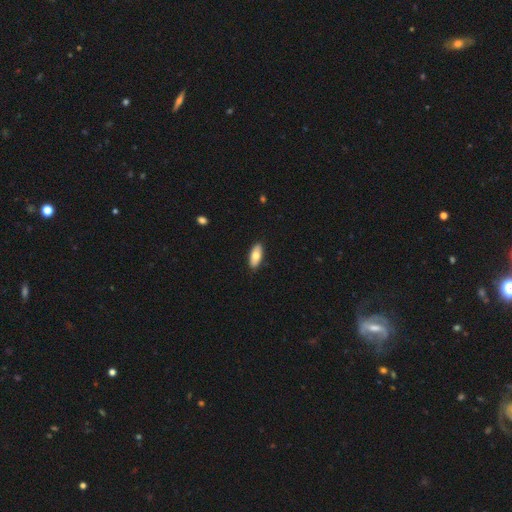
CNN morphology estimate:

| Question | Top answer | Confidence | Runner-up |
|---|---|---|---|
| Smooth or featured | smooth | 77% | featured or disk (17%) |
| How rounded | in between | 86% | cigar-shaped (12%) |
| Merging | none | 89% | minor disturbance (8%) |